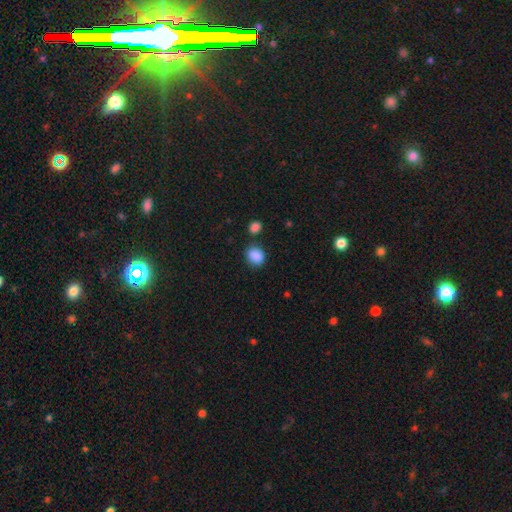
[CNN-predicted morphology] smooth_or_featured: smooth (p=0.88) [alt: star or artifact p=0.09]
how_rounded: in between (p=0.50) [alt: round p=0.49]
merging: none (p=0.72) [alt: minor disturbance p=0.15]